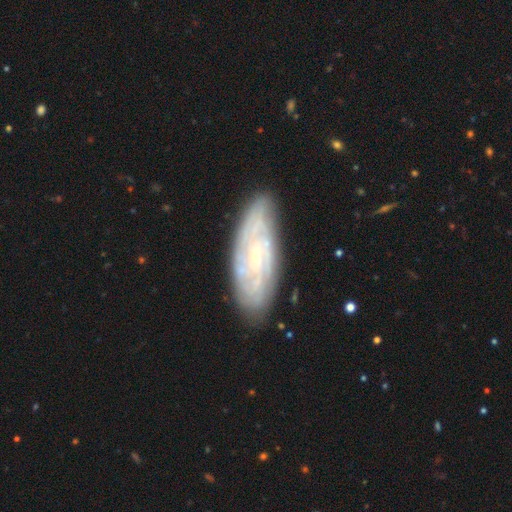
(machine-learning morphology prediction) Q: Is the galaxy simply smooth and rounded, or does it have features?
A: featured or disk — 76%.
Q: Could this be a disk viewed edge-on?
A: no — 88%.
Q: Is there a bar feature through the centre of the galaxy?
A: no — 58%.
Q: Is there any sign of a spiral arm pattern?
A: yes — 91%.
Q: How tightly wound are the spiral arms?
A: tight — 68%.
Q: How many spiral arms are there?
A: can't tell — 47%.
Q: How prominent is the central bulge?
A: small — 79%.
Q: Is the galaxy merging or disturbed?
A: none — 81%.